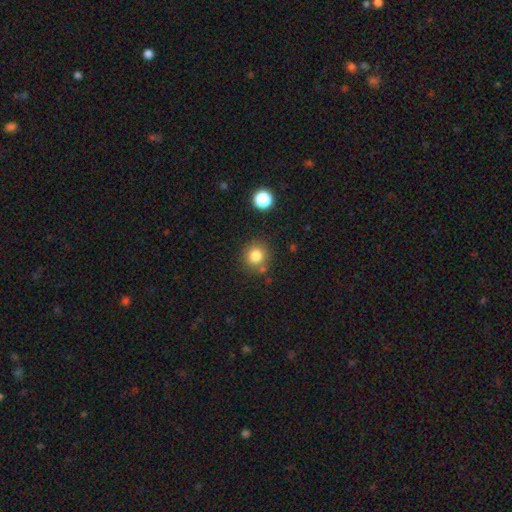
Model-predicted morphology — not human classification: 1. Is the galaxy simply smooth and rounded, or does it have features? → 81% smooth, 12% star or artifact, 7% featured or disk.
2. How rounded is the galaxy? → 88% round, 11% in between, 1% cigar-shaped.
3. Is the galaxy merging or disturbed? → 79% none, 11% minor disturbance, 7% merger, 4% major disturbance.